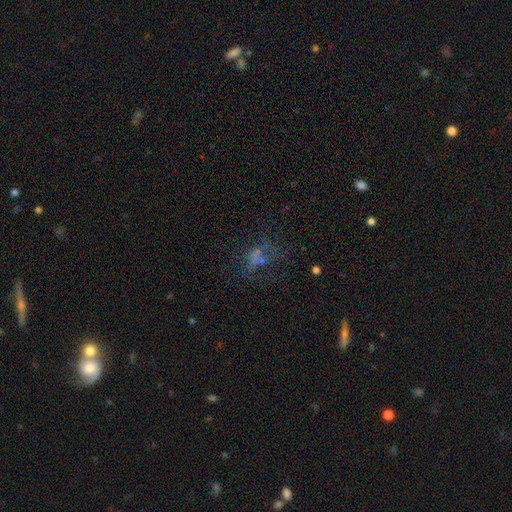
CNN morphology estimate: Smooth or featured? Predicted: featured or disk (p=0.39). Merging? Predicted: none (p=0.42).